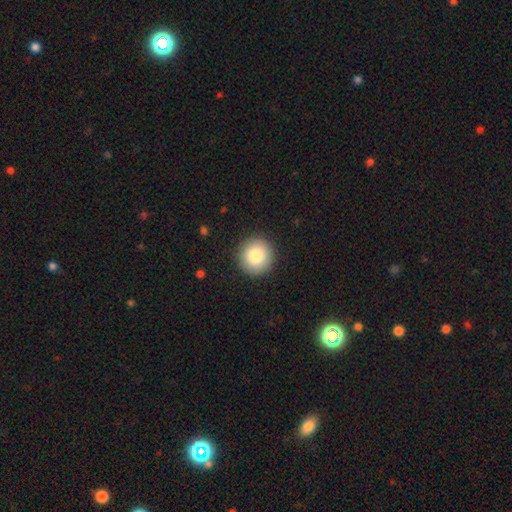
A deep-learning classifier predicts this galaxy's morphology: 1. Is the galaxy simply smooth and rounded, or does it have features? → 85% smooth, 8% star or artifact, 7% featured or disk.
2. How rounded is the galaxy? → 95% round, 4% in between, 1% cigar-shaped.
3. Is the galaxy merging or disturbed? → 92% none, 5% minor disturbance, 2% major disturbance, 1% merger.